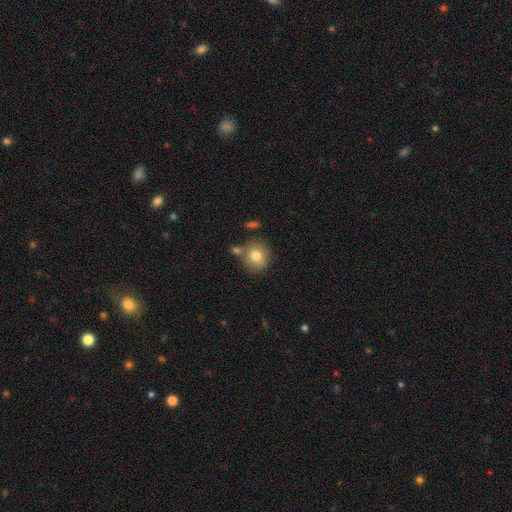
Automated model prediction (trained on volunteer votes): This is likely a smooth galaxy (79%). How rounded: clearly round (85%). Merging: likely none (70%).